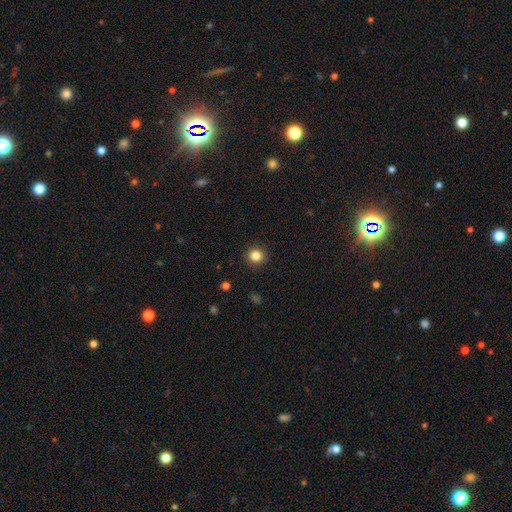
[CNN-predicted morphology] Smooth or featured? Predicted: smooth (p=0.84). How rounded? Predicted: round (p=0.92). Merging? Predicted: none (p=0.91).